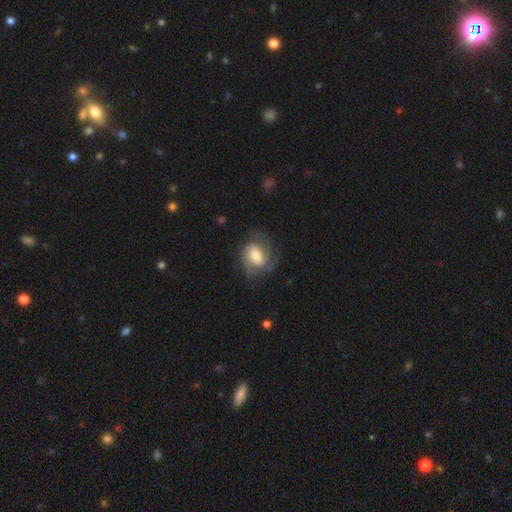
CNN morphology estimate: A featured or disk galaxy (66%) with a weak bar (44%), 2 (47%) medium (44%) spiral arms (89%) and a moderate central bulge (48%).

Vote fractions:
- Smooth or featured? featured or disk: 66% / smooth: 27% / star or artifact: 7%
- Edge-on disk? no: 97% / yes: 3%
- Bar? weak: 44% / no: 37% / strong: 19%
- Spiral arms? yes: 89% / no: 11%
- Spiral winding? medium: 44% / tight: 38% / loose: 17%
- Spiral arm count? 2: 47% / can't tell: 21% / 3: 19% / 1: 7% / 4: 4% / more than 4: 3%
- Bulge size? moderate: 48% / large: 24% / small: 21% / none: 4% / dominant: 3%
- Merging? none: 64% / minor disturbance: 20% / major disturbance: 14% / merger: 1%